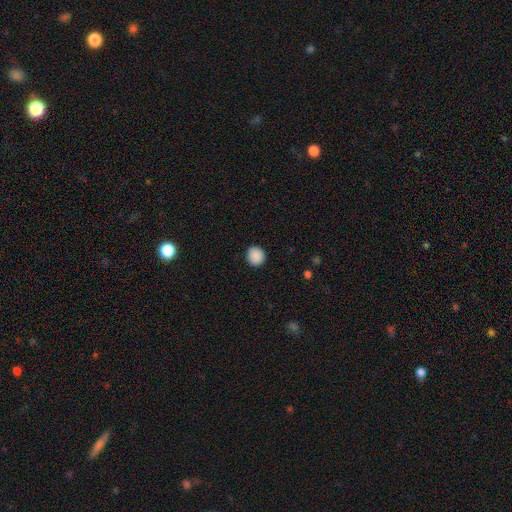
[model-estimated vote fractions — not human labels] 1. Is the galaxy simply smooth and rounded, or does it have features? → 90% smooth, 8% star or artifact, 2% featured or disk.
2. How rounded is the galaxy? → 89% round, 10% in between, 1% cigar-shaped.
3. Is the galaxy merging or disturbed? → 92% none, 6% minor disturbance, 2% major disturbance, 1% merger.